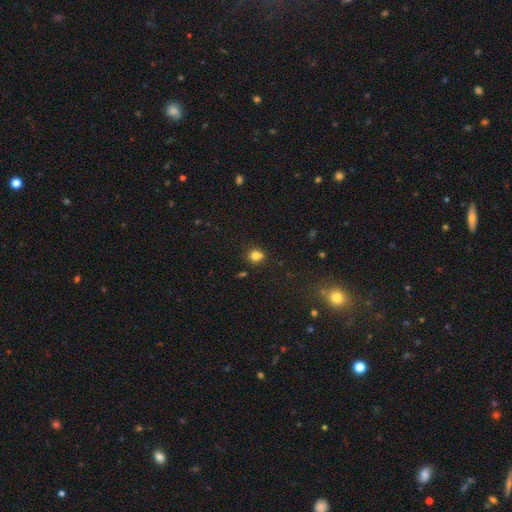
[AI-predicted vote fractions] smooth 79%, star or artifact 13%, featured or disk 8%. Down the decision tree: how rounded — round (78%); merging — none (69%).